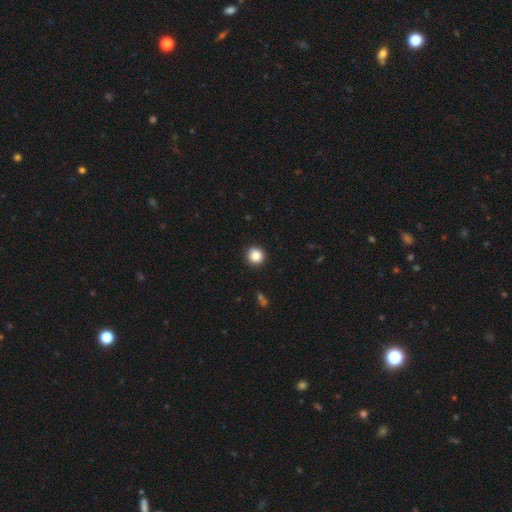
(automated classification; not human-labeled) smooth 86%, star or artifact 10%, featured or disk 4%. Down the decision tree: how rounded — round (94%); merging — none (91%).